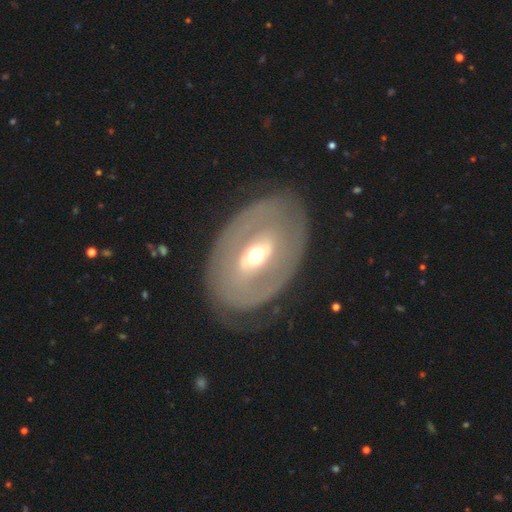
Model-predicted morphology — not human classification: Q: Smooth or featured?
A: featured or disk (71%); runner-up: smooth (23%)
Q: Edge-on disk?
A: no (91%); runner-up: yes (9%)
Q: Bar?
A: strong (36%); tied with: weak (36%)
Q: Spiral arms?
A: no (64%); runner-up: yes (36%)
Q: Bulge size?
A: moderate (69%); runner-up: small (17%)
Q: Merging?
A: none (76%); runner-up: minor disturbance (13%)